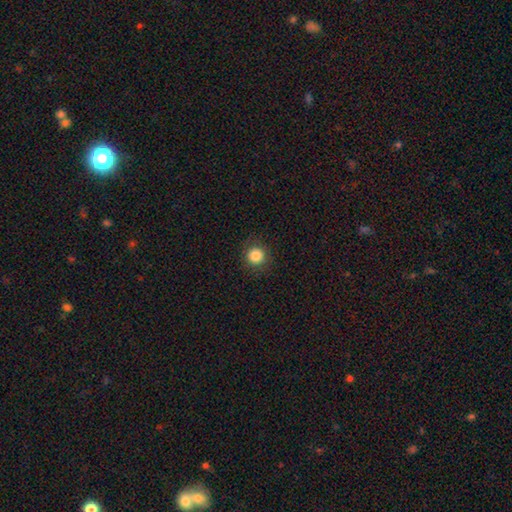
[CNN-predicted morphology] Smooth or featured: smooth — 85% (star or artifact — 11%)
How rounded: round — 95% (in between — 5%)
Merging: none — 90% (minor disturbance — 6%)